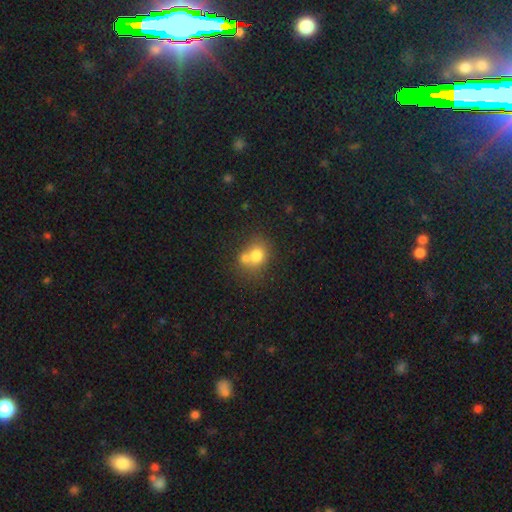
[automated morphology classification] Smooth or featured: smooth — 74% (featured or disk — 15%)
How rounded: round — 66% (in between — 34%)
Merging: merger — 48% (none — 37%)